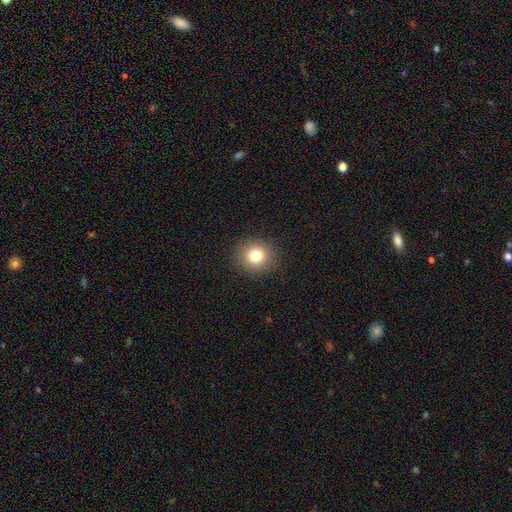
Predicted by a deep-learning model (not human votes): A smooth galaxy with no disk features (80%) that is round (87%).

Vote fractions:
- Smooth or featured? smooth: 80% / star or artifact: 12% / featured or disk: 8%
- How rounded? round: 87% / in between: 13% / cigar-shaped: 1%
- Merging? none: 91% / minor disturbance: 6% / major disturbance: 2% / merger: 1%